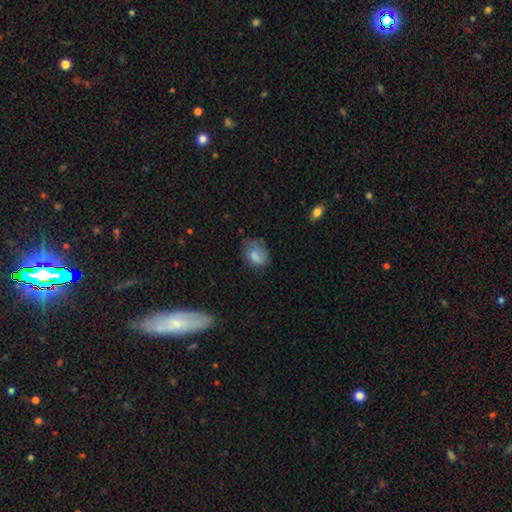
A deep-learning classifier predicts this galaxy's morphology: Overall: smooth (78%). How rounded: in between (64%; round 34%). Merging: none (55%; minor disturbance 30%).